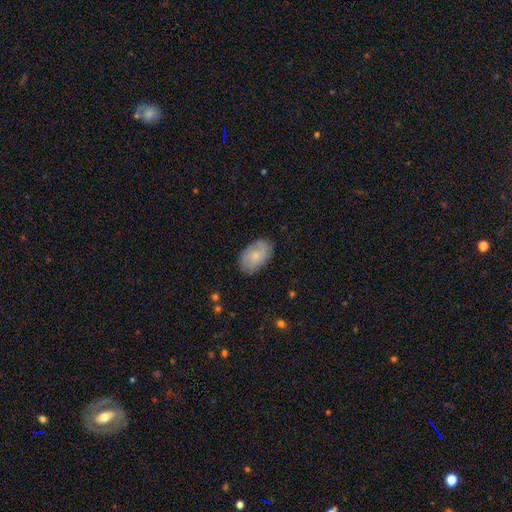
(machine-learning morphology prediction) A smooth galaxy with no disk features (62%) that is in between round and cigar-shaped (91%). Merging: none (81%).